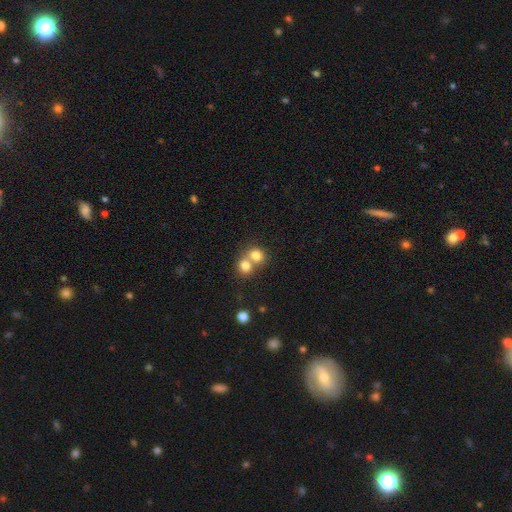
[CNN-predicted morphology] The model was most divided on "merging": merger: 61%, none: 32%, minor disturbance: 5%, major disturbance: 2%. More confident: smooth or featured — smooth (77%); how rounded — round (75%).